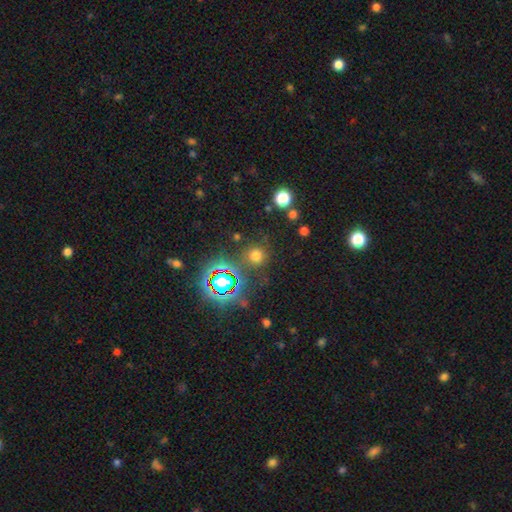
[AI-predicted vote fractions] This is likely a smooth galaxy (62%). How rounded: clearly round (92%). Merging: clearly none (81%).